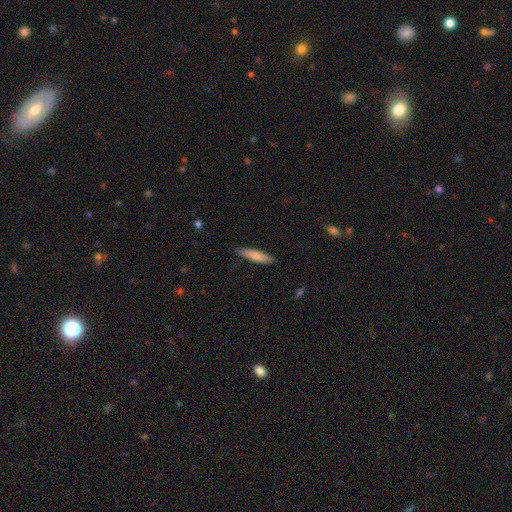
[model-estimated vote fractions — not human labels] smooth-or-featured: smooth: 79% | featured or disk: 16% | star or artifact: 5%
  how-rounded: cigar-shaped: 81% | in between: 17% | round: 1%
  merging: none: 88% | minor disturbance: 9% | major disturbance: 2% | merger: 1%